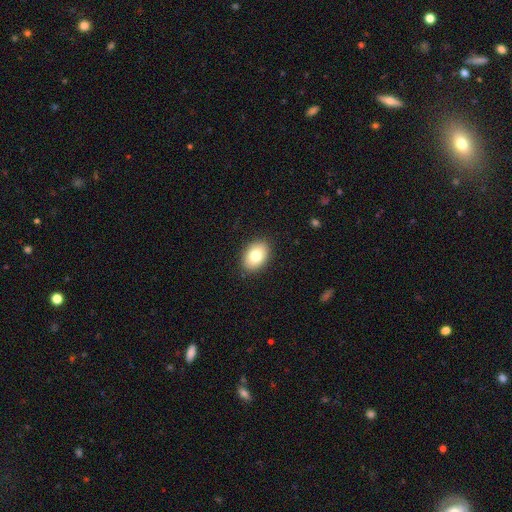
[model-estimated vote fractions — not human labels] Overall: smooth (80%). How rounded: in between (85%). Merging: none (89%).